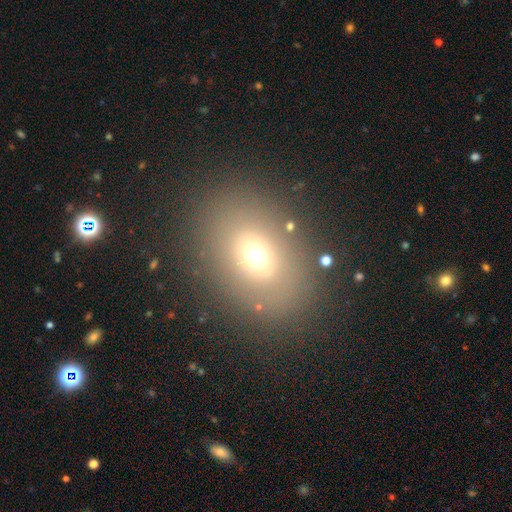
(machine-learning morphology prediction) A smooth galaxy with no disk features (64%) that is in between round and cigar-shaped (67%). Merging: none (83%).